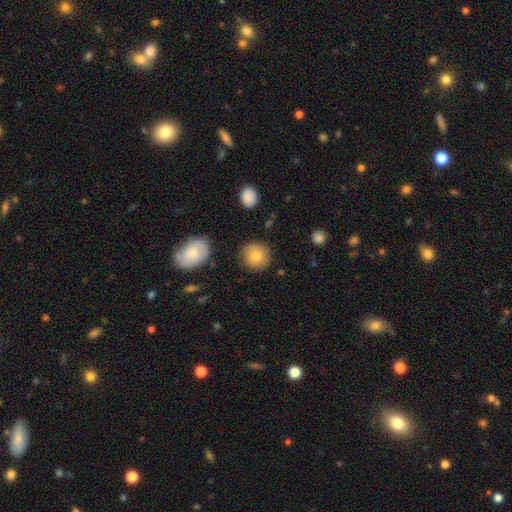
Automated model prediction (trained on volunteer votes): A smooth galaxy with no disk features (82%) that is round (89%). Merging: none (86%).